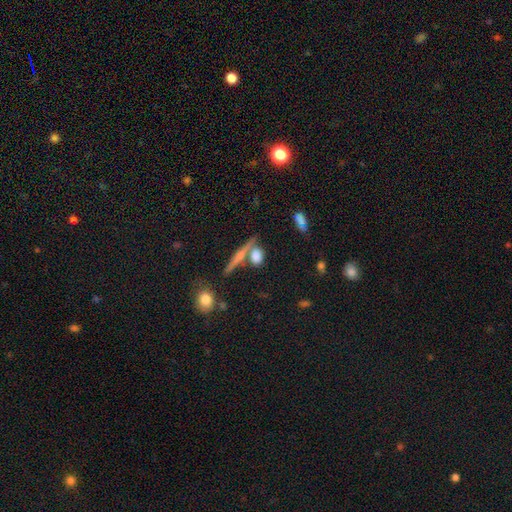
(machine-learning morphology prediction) This is likely a smooth galaxy (68%). How rounded: possibly in between (45%). Merging: possibly none (58%).